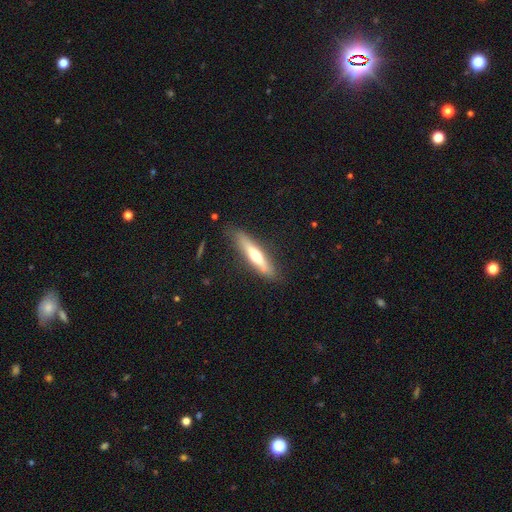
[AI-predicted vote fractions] Smooth or featured: smooth — 48% (featured or disk — 46%)
Merging: none — 82% (minor disturbance — 13%)